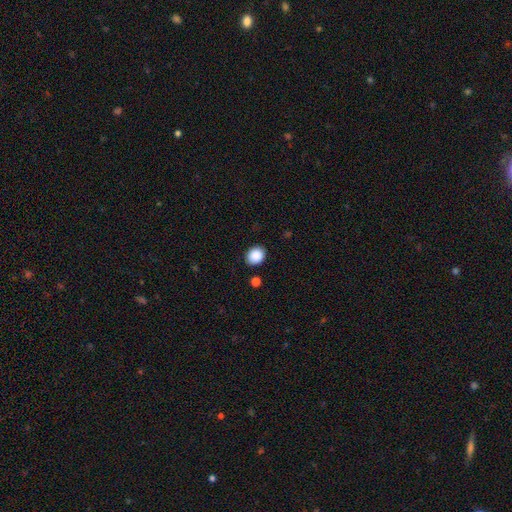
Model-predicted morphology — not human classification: type=smooth (89%); roundness=round (62%); merging=none (88%).